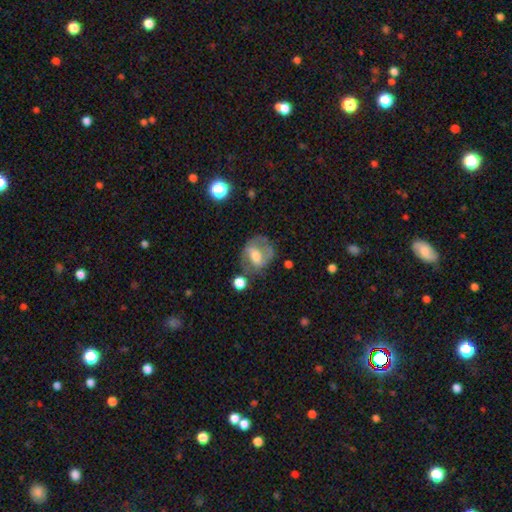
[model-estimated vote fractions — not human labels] Overall: featured or disk (50%; smooth 42%). Merging: none (54%; minor disturbance 23%).